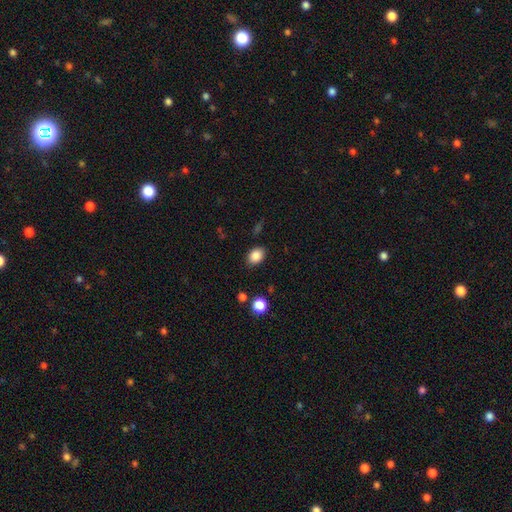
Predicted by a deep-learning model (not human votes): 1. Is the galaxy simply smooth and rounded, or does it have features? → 87% smooth, 9% star or artifact, 4% featured or disk.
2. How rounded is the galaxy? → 71% in between, 28% round, 1% cigar-shaped.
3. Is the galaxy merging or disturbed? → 84% none, 11% minor disturbance, 3% major disturbance, 2% merger.